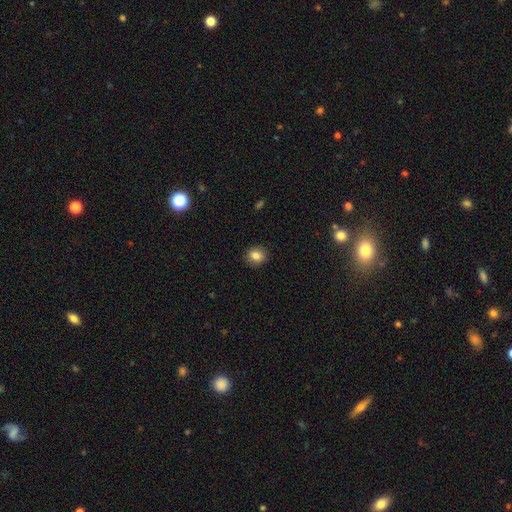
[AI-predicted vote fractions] Smooth or featured: smooth — 83% (star or artifact — 10%)
How rounded: round — 79% (in between — 20%)
Merging: none — 90% (minor disturbance — 7%)